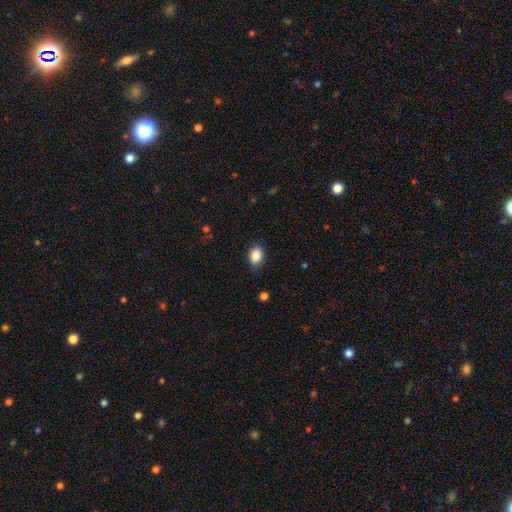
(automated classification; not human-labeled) Smooth or featured: smooth — 87% (star or artifact — 9%)
How rounded: in between — 74% (round — 24%)
Merging: none — 84% (minor disturbance — 13%)